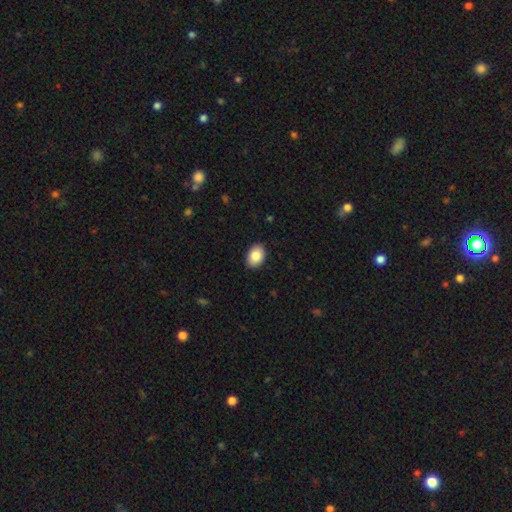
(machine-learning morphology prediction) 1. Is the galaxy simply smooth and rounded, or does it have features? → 86% smooth, 7% star or artifact, 6% featured or disk.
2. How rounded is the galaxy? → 80% in between, 19% round, 1% cigar-shaped.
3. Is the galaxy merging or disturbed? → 89% none, 8% minor disturbance, 2% major disturbance, 1% merger.